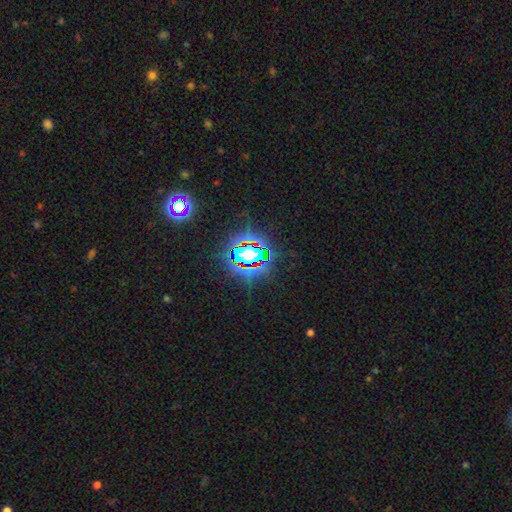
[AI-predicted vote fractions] smooth-or-featured: star or artifact: 81% | smooth: 11% | featured or disk: 8%